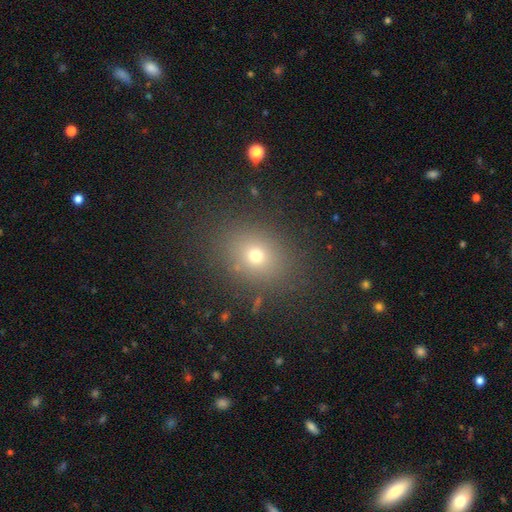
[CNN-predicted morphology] The model was most divided on "how rounded": round: 50%, in between: 49%, cigar-shaped: 1%. More confident: merging — none (85%); smooth or featured — smooth (69%).